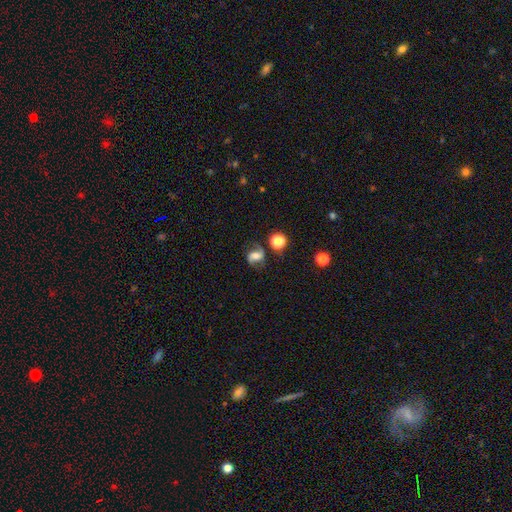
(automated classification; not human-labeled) Overall: featured or disk (68%). Edge-on disk: no (97%). Bar: weak (40%; no 33%). Spiral arms: yes (93%). Spiral arm count: 2 (91%). Spiral winding: medium (44%; loose 42%). Bulge size: moderate (54%; small 22%). Merging: none (75%).